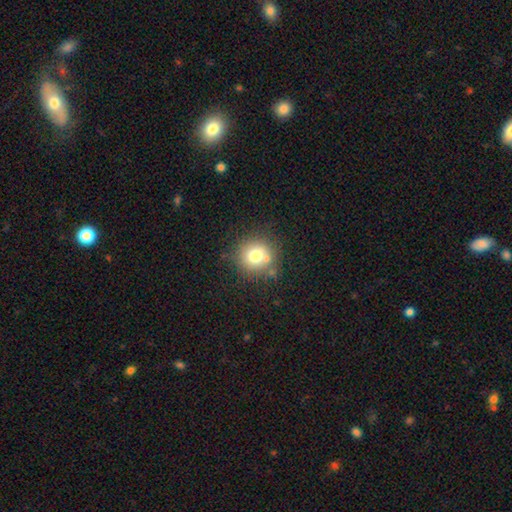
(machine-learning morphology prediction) Smooth or featured? smooth (73%)
How rounded? round (91%)
Merging? none (73%)